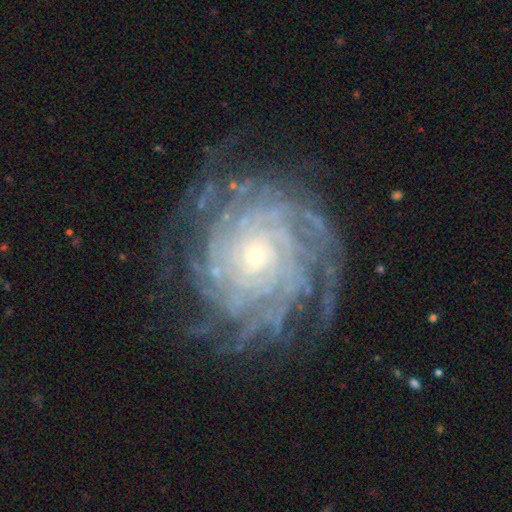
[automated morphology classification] Smooth or featured? featured or disk (89%)
Edge-on disk? no (97%)
Bar? no (79%)
Spiral arms? yes (97%)
Spiral winding? tight (80%)
Spiral arm count? more than 4 (37%)
Bulge size? small (82%)
Merging? none (76%)